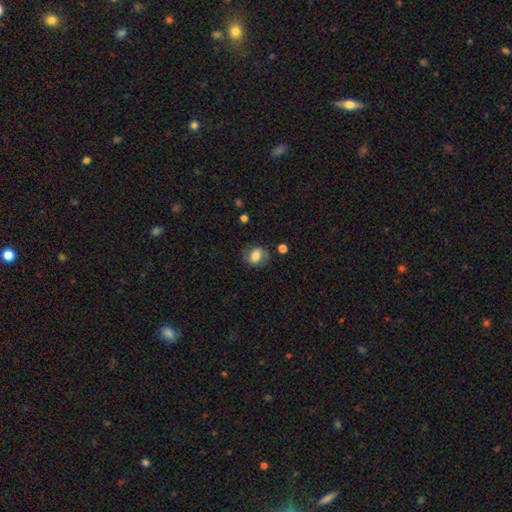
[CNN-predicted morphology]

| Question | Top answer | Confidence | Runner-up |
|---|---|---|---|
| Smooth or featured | smooth | 72% | featured or disk (19%) |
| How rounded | round | 50% | in between (49%) |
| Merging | none | 70% | minor disturbance (20%) |